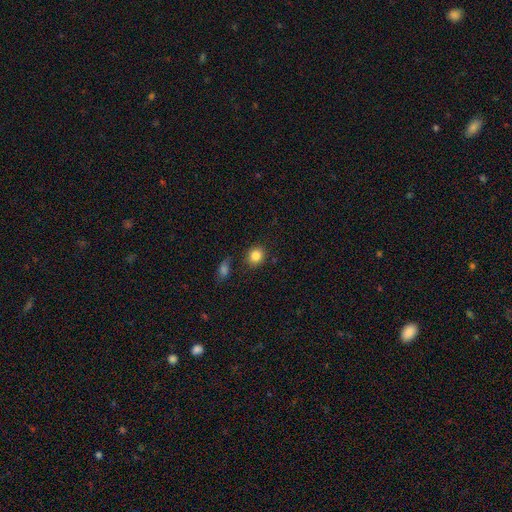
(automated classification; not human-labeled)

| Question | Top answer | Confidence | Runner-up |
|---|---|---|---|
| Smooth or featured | smooth | 84% | star or artifact (10%) |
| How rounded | round | 78% | in between (21%) |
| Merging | none | 82% | minor disturbance (11%) |